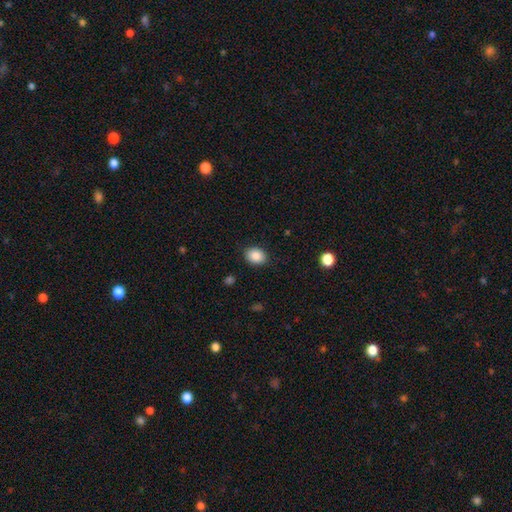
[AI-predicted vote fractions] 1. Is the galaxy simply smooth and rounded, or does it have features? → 87% smooth, 8% star or artifact, 4% featured or disk.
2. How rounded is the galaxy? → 61% in between, 39% round, 1% cigar-shaped.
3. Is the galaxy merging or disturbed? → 88% none, 9% minor disturbance, 2% major disturbance, 1% merger.